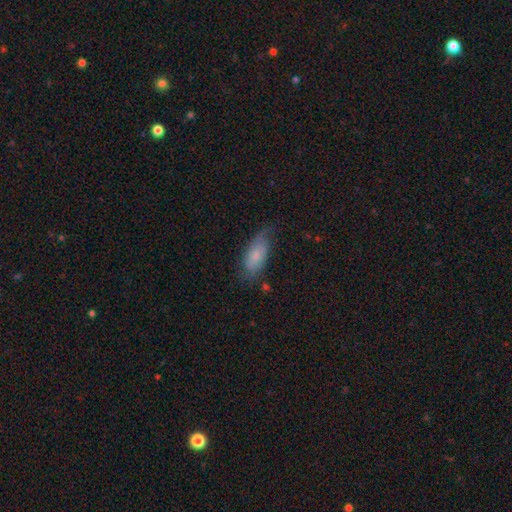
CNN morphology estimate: Overall: smooth (65%; featured or disk 28%). How rounded: in between (86%). Merging: none (57%; minor disturbance 30%).